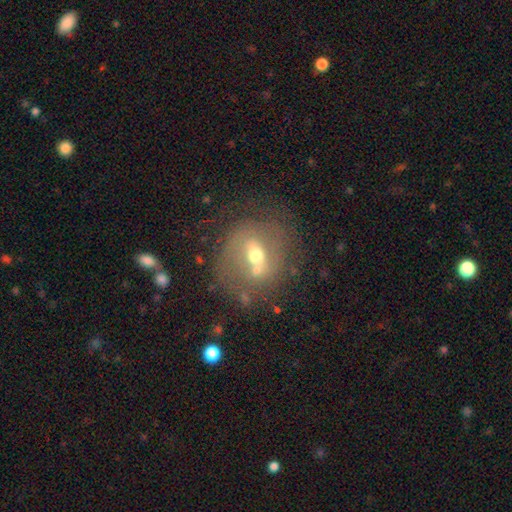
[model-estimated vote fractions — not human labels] Morphology: type=featured or disk (54%); edge-on=no (94%); bar=weak (38%, tied with no); spiral arms=no (63%); bulge=moderate (69%); merging=none (61%).